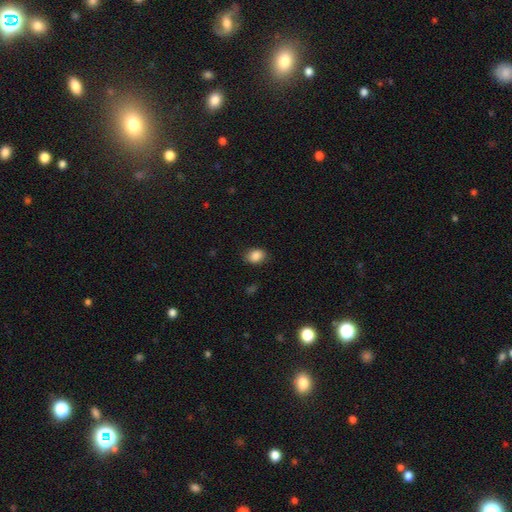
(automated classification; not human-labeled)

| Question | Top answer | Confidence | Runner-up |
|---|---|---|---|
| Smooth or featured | smooth | 88% | star or artifact (8%) |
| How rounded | in between | 71% | round (28%) |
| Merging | none | 84% | minor disturbance (12%) |